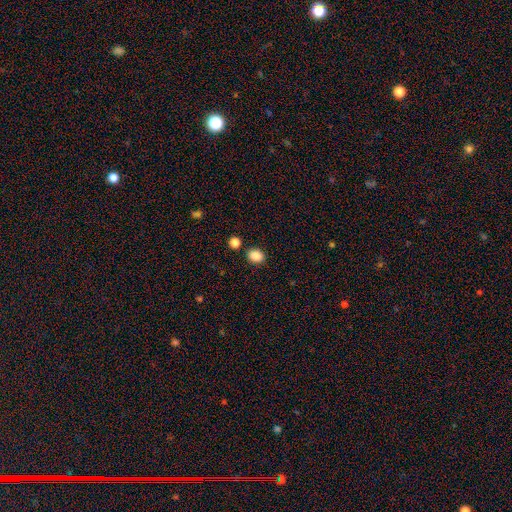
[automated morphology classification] Overall: smooth (87%). How rounded: in between (51%; round 48%). Merging: none (85%).